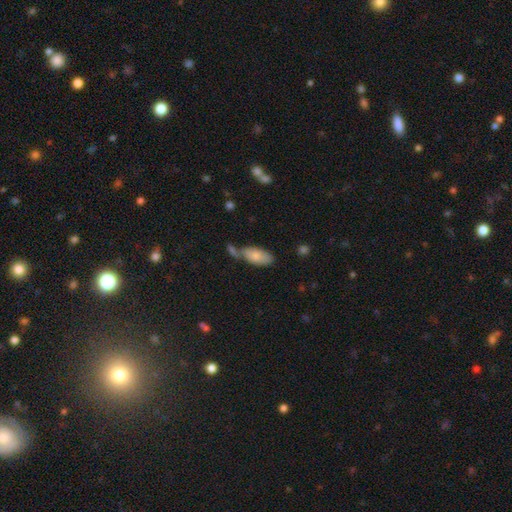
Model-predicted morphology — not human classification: This appears to be a smooth galaxy with no disk features (76%) that is in between round and cigar-shaped (89%). Merging: none (49%).